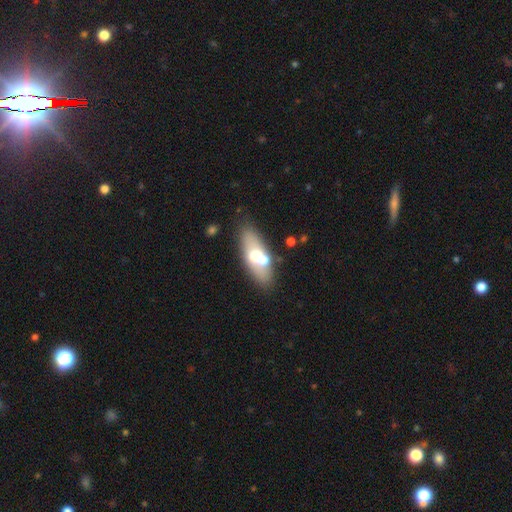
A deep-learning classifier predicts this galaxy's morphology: This appears to be a smooth galaxy with no disk features (53%) that is in between round and cigar-shaped (71%). Merging: none (66%).